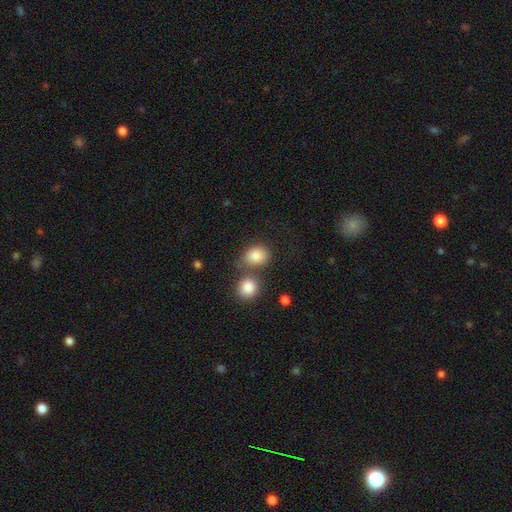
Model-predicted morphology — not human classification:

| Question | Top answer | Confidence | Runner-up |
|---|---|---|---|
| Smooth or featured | smooth | 85% | star or artifact (9%) |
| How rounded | in between | 55% | round (44%) |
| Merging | none | 49% | merger (32%) |